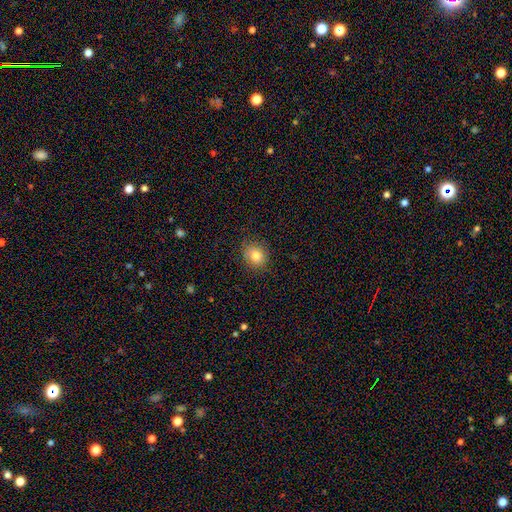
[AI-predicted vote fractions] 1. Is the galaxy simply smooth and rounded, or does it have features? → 81% smooth, 11% star or artifact, 8% featured or disk.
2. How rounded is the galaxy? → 77% round, 23% in between, 1% cigar-shaped.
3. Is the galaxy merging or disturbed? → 84% none, 12% minor disturbance, 3% major disturbance, 1% merger.